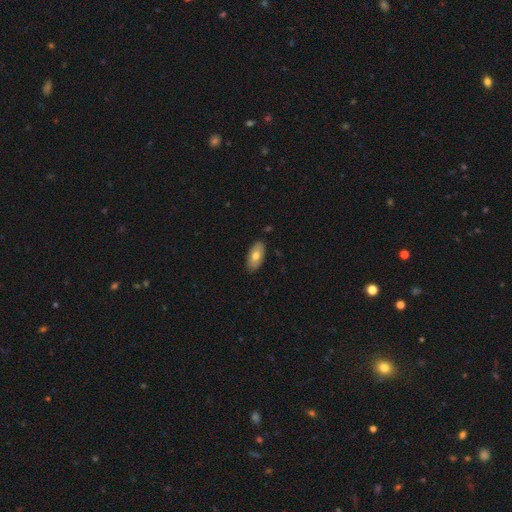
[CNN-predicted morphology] Smooth or featured? Predicted: smooth (p=0.70). How rounded? Predicted: in between (p=0.92). Merging? Predicted: none (p=0.87).